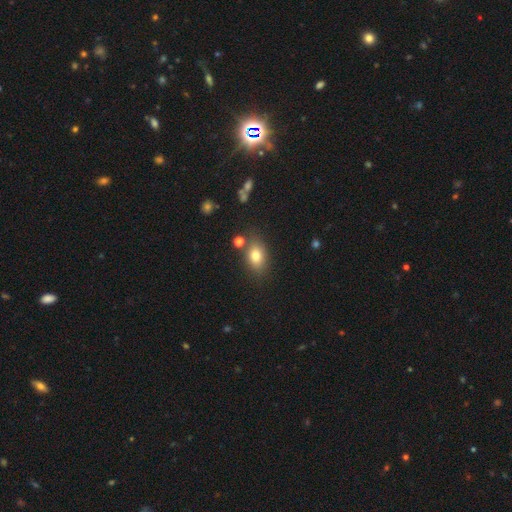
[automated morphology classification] A smooth galaxy with no disk features (78%) that is in between round and cigar-shaped (78%). Merging: none (76%).